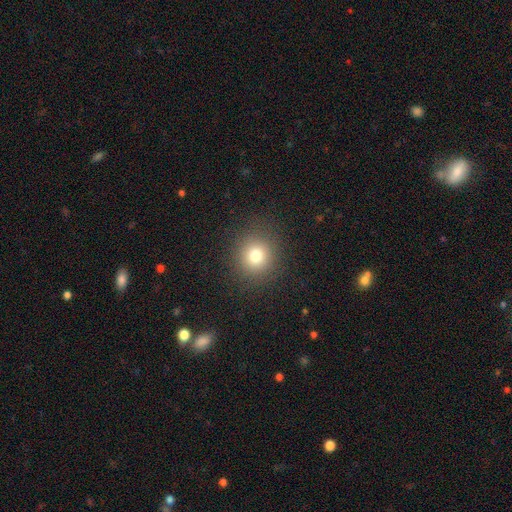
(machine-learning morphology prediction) Smooth or featured: smooth — 77% (star or artifact — 15%)
How rounded: round — 90% (in between — 9%)
Merging: none — 89% (minor disturbance — 7%)